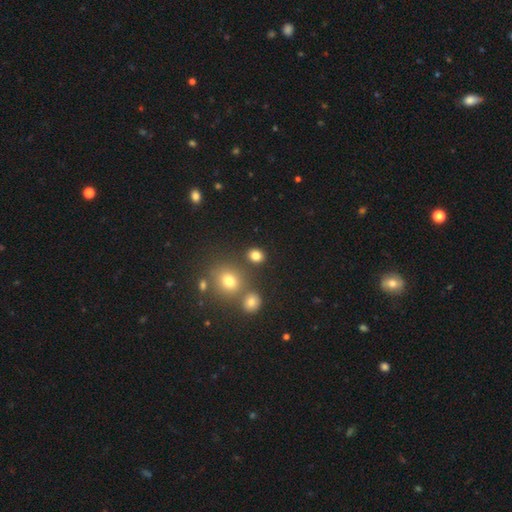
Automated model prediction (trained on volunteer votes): A smooth galaxy with no disk features (80%) that is round (67%).

Vote fractions:
- Smooth or featured? smooth: 80% / star or artifact: 15% / featured or disk: 5%
- How rounded? round: 67% / in between: 31% / cigar-shaped: 1%
- Merging? none: 80% / minor disturbance: 8% / merger: 8% / major disturbance: 3%